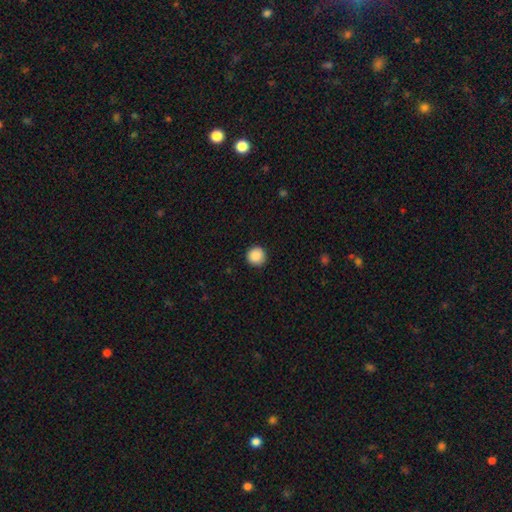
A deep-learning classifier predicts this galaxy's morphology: type=smooth (89%); roundness=round (96%); merging=none (93%).